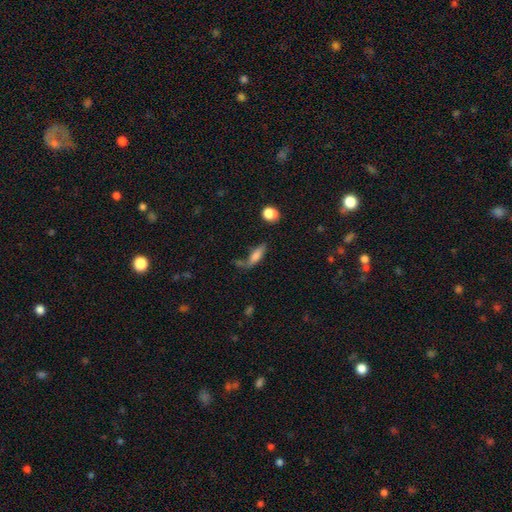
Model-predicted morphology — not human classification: Overall: smooth (71%). How rounded: in between (55%; cigar-shaped 41%). Merging: none (48%; minor disturbance 23%).